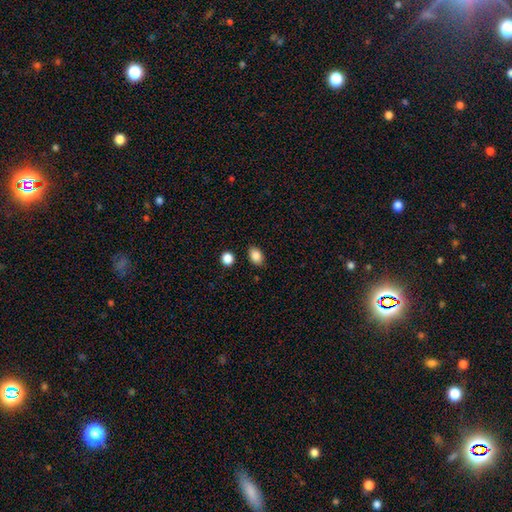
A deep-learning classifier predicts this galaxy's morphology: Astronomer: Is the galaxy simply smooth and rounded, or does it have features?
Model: smooth — 87%.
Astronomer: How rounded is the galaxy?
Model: in between — 79%.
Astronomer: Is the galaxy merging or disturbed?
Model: none — 84%.